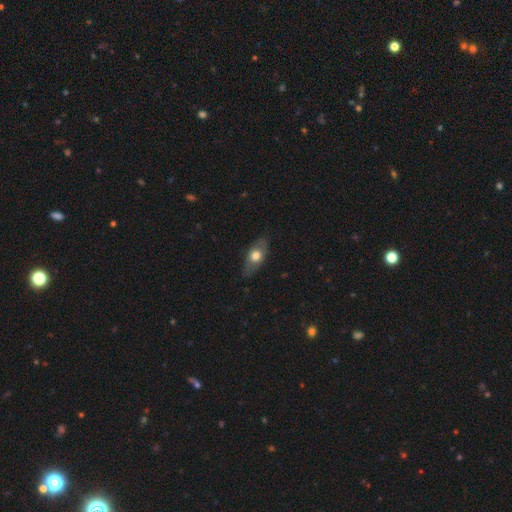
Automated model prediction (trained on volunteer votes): smooth_or_featured: smooth (p=0.58) [alt: featured or disk p=0.36]
how_rounded: in between (p=0.81) [alt: round p=0.10]
merging: none (p=0.76) [alt: minor disturbance p=0.18]